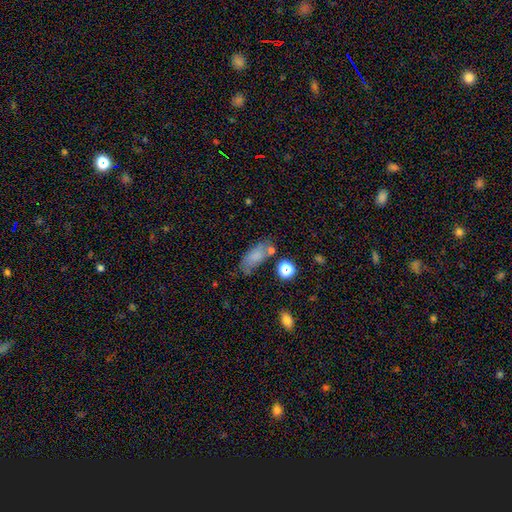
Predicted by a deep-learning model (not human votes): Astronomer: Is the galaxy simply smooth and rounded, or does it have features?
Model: smooth — 74%.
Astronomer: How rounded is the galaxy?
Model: in between — 79%.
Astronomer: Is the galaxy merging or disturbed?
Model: none — 57%.